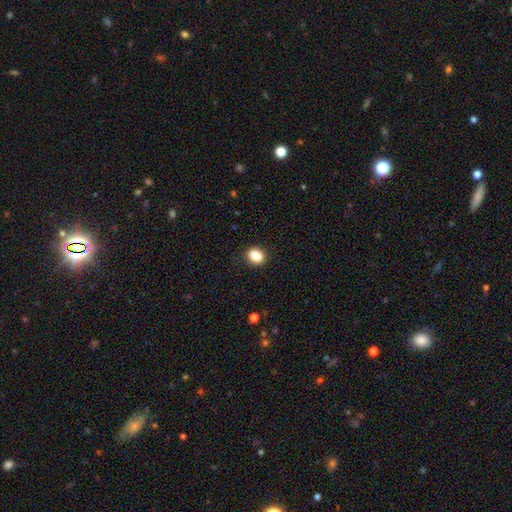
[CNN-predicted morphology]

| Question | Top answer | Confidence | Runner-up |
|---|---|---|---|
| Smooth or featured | smooth | 87% | star or artifact (9%) |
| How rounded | in between | 60% | round (39%) |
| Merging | none | 88% | minor disturbance (8%) |